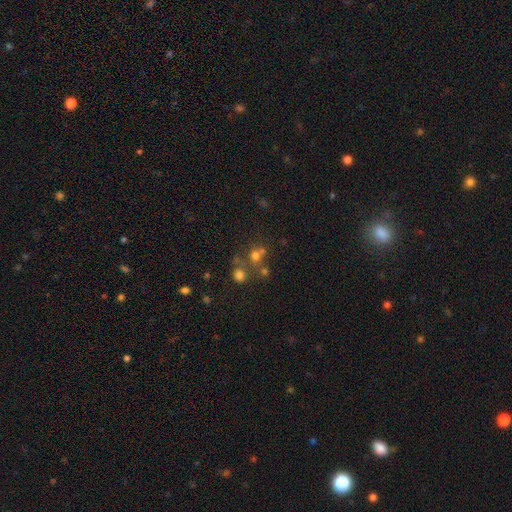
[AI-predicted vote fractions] Morphology: type=smooth (59%); roundness=round (83%); merging=none (51%).